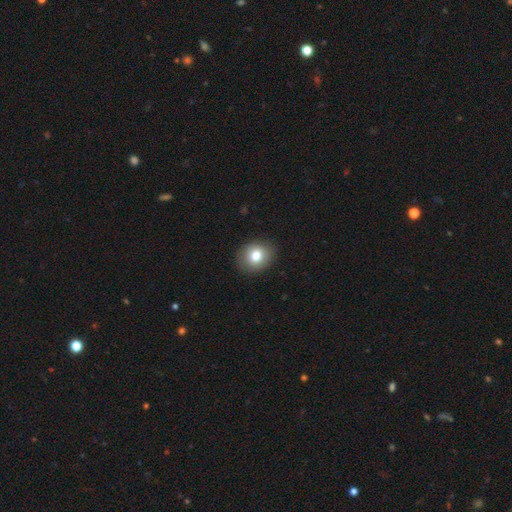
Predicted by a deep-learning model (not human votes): A smooth galaxy with no disk features (79%) that is round (64%).

Vote fractions:
- Smooth or featured? smooth: 79% / featured or disk: 11% / star or artifact: 9%
- How rounded? round: 64% / in between: 35% / cigar-shaped: 1%
- Merging? none: 88% / minor disturbance: 9% / major disturbance: 2% / merger: 1%